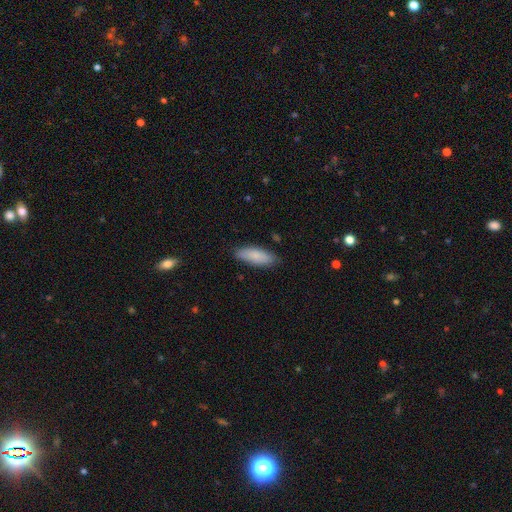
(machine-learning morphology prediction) The model was most divided on "how rounded": in between: 65%, cigar-shaped: 33%, round: 2%. More confident: smooth or featured — smooth (85%); merging — none (84%).